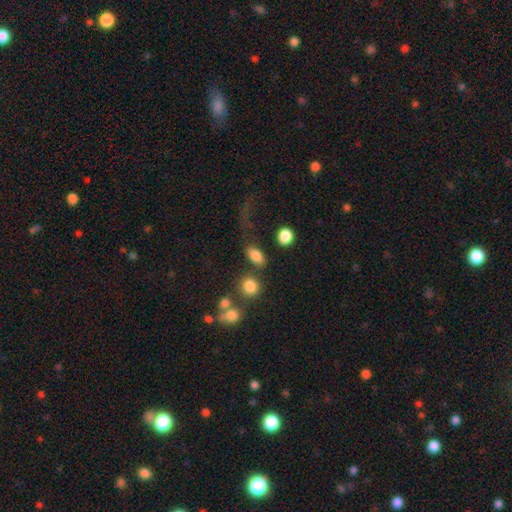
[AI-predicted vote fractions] Smooth or featured: smooth — 84% (star or artifact — 9%)
How rounded: in between — 83% (round — 13%)
Merging: none — 63% (minor disturbance — 14%)